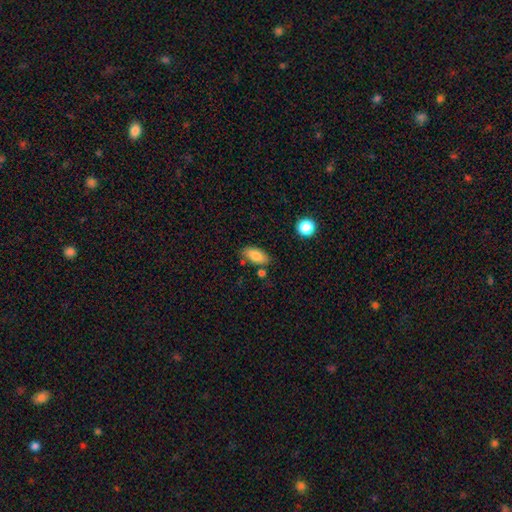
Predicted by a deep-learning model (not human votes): A smooth galaxy with no disk features (81%) that is in between round and cigar-shaped (89%). Merging: none (77%).